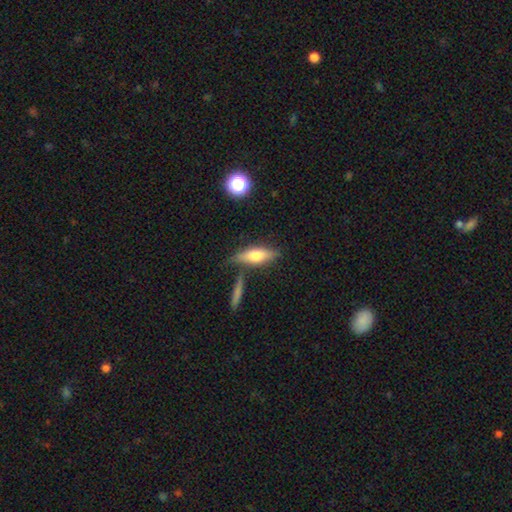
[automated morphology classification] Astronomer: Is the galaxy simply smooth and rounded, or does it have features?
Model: smooth — 63%.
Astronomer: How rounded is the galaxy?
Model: in between — 54% (runner-up: cigar-shaped, 42%).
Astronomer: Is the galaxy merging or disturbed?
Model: none — 71%.